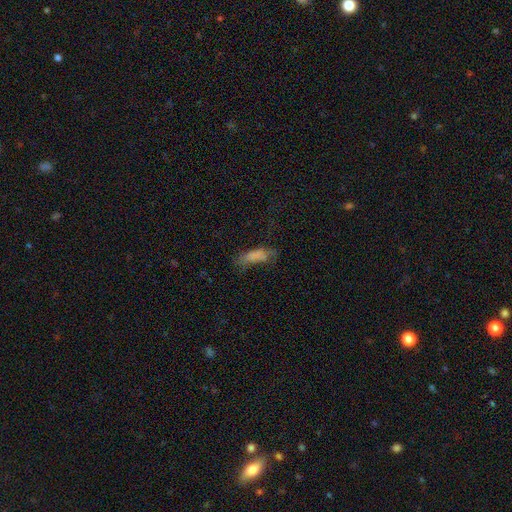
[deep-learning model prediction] Q: Smooth or featured?
A: smooth (66%); runner-up: featured or disk (19%)
Q: How rounded?
A: in between (60%); runner-up: cigar-shaped (37%)
Q: Merging?
A: none (35%); runner-up: major disturbance (34%)